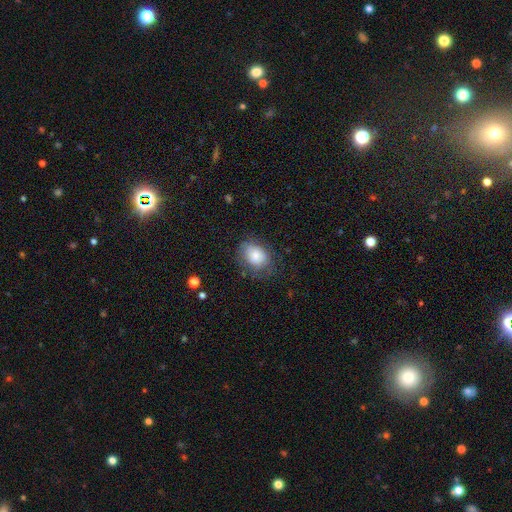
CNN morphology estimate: Q: Smooth or featured?
A: smooth (75%); runner-up: featured or disk (17%)
Q: How rounded?
A: in between (67%); runner-up: round (32%)
Q: Merging?
A: none (62%); runner-up: minor disturbance (24%)